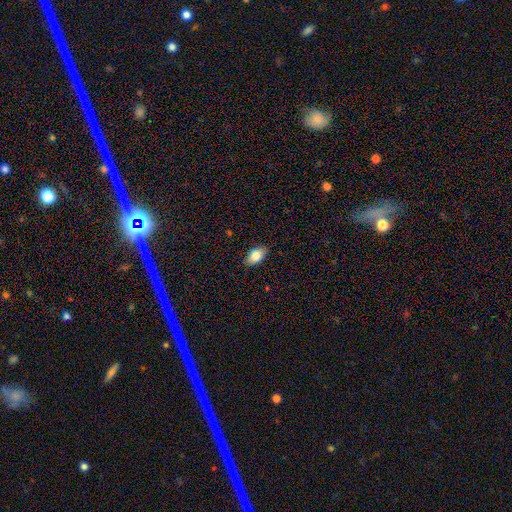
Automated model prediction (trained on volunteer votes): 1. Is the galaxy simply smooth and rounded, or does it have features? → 82% smooth, 10% featured or disk, 7% star or artifact.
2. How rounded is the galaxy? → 91% in between, 6% round, 3% cigar-shaped.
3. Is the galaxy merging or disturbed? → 86% none, 11% minor disturbance, 2% major disturbance, 1% merger.